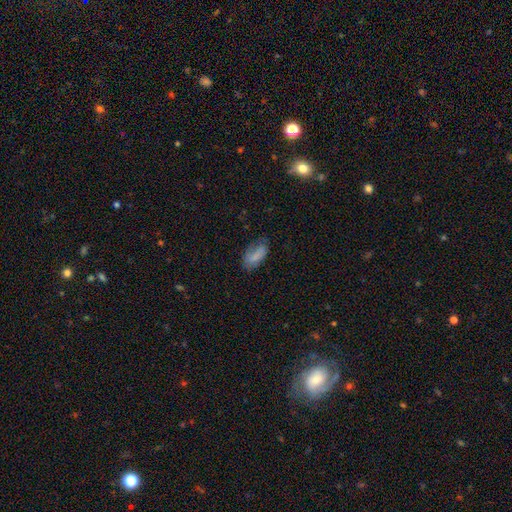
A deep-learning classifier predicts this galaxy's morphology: A smooth galaxy with no disk features (73%) that is in between round and cigar-shaped (90%).

Vote fractions:
- Smooth or featured? smooth: 73% / featured or disk: 18% / star or artifact: 8%
- How rounded? in between: 90% / cigar-shaped: 7% / round: 3%
- Merging? none: 55% / minor disturbance: 30% / major disturbance: 13% / merger: 2%